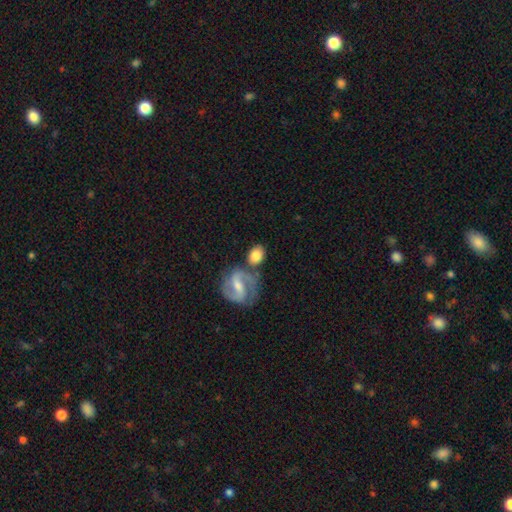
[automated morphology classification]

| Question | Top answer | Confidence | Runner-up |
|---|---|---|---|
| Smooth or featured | smooth | 63% | featured or disk (31%) |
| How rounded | in between | 53% | round (45%) |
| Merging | none | 62% | merger (18%) |